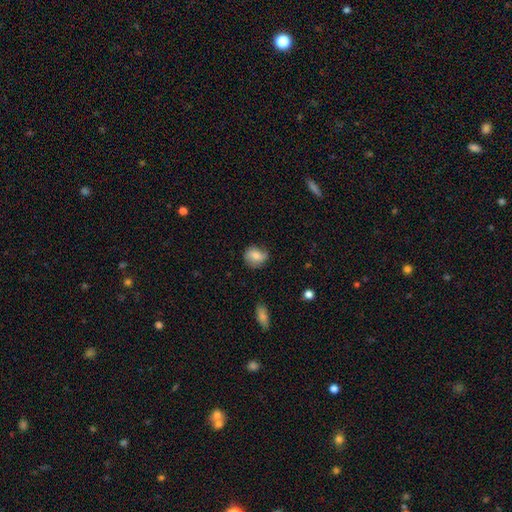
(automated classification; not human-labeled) Smooth or featured?
  - smooth: 62% *
  - featured or disk: 30%
  - star or artifact: 8%
How rounded?
  - round: 63% *
  - in between: 36%
  - cigar-shaped: 1%
Merging?
  - none: 70% *
  - minor disturbance: 23%
  - major disturbance: 6%
  - merger: 2%